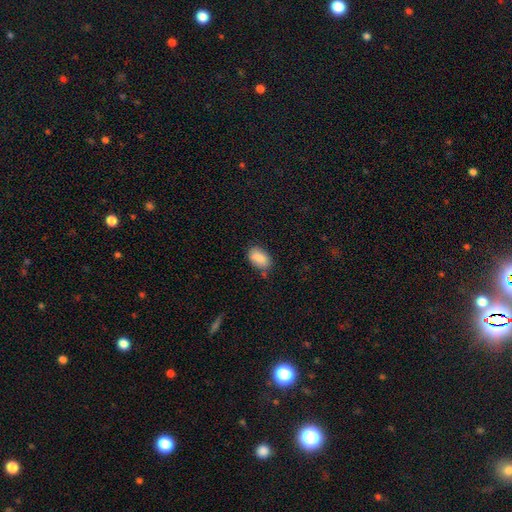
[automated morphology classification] This is clearly a smooth galaxy (86%). How rounded: clearly in between (90%). Merging: likely none (75%).